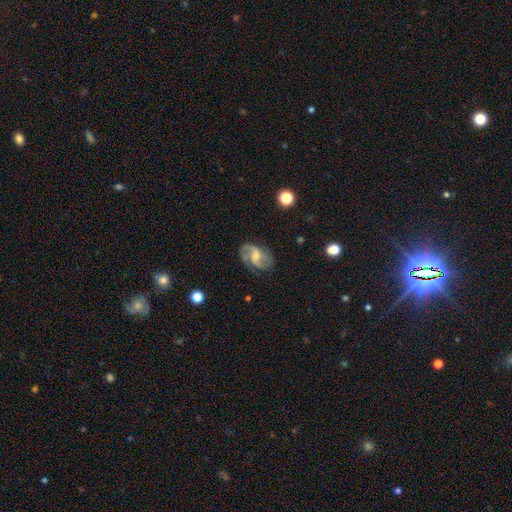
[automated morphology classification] Q: Smooth or featured?
A: featured or disk (83%); runner-up: smooth (11%)
Q: Edge-on disk?
A: no (97%); runner-up: yes (3%)
Q: Bar?
A: weak (47%); runner-up: no (42%)
Q: Spiral arms?
A: yes (96%); runner-up: no (4%)
Q: Spiral winding?
A: medium (50%); runner-up: loose (30%)
Q: Spiral arm count?
A: 2 (66%); runner-up: 3 (16%)
Q: Bulge size?
A: small (53%); runner-up: moderate (38%)
Q: Merging?
A: none (75%); runner-up: minor disturbance (17%)